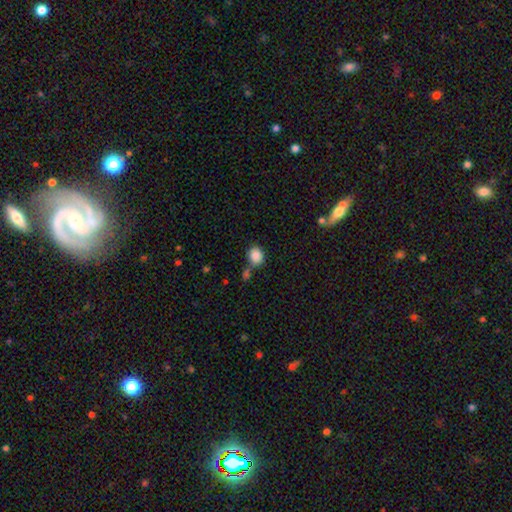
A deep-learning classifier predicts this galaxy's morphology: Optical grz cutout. It shows a smooth galaxy with no disk features (87%) that is round (64%). Merging: none (60%).